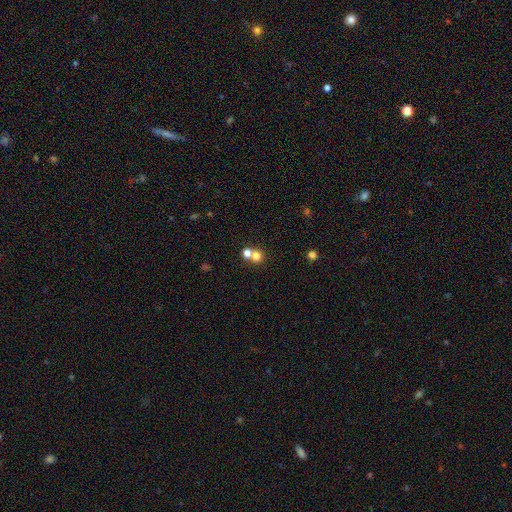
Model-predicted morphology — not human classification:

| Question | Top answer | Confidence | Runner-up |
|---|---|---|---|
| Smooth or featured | smooth | 74% | star or artifact (16%) |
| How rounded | round | 87% | in between (12%) |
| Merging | none | 50% | merger (41%) |